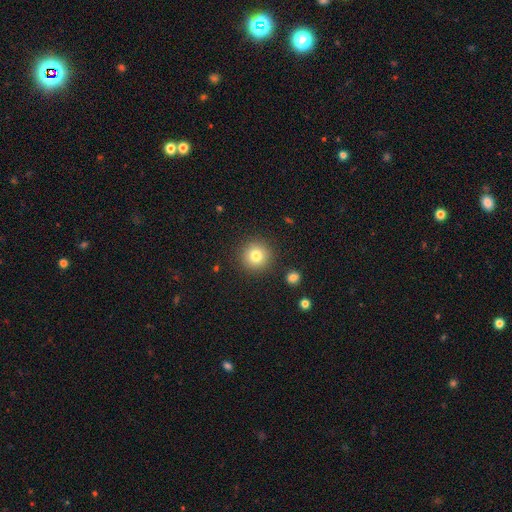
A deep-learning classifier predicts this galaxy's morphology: A smooth galaxy with no disk features (80%) that is round (95%).

Vote fractions:
- Smooth or featured? smooth: 80% / star or artifact: 12% / featured or disk: 8%
- How rounded? round: 95% / in between: 4% / cigar-shaped: 1%
- Merging? none: 89% / minor disturbance: 6% / major disturbance: 2% / merger: 2%